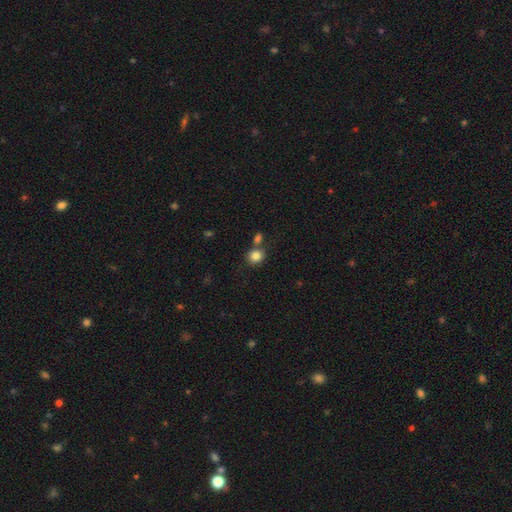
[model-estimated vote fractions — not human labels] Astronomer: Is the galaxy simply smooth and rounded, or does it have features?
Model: smooth — 83%.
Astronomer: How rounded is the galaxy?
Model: round — 75%.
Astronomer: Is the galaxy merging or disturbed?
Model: none — 63%.